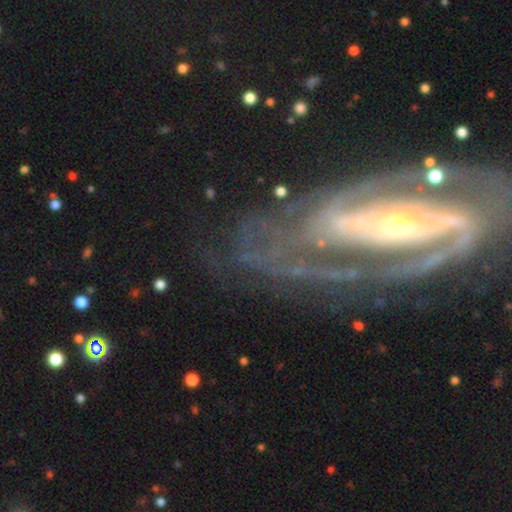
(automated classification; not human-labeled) featured or disk 81%, star or artifact 9%, smooth 9%. Down the decision tree: edge-on disk — no (92%); bar — no (43%); spiral arms — yes (81%); spiral arm count — 2 (41%); spiral winding — tight (46%); bulge size — small (47%); merging — none (54%).